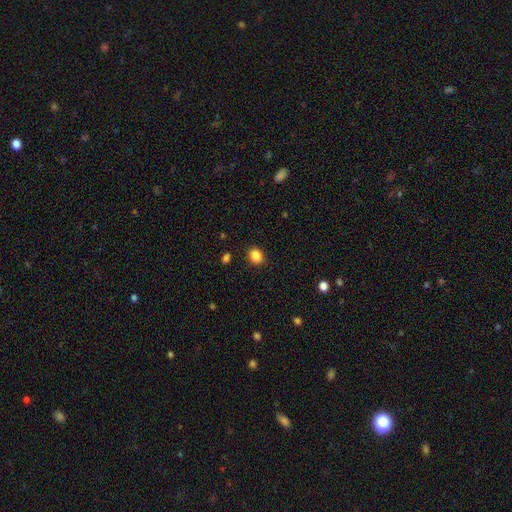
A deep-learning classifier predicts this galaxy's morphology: smooth-or-featured: smooth: 87% | star or artifact: 10% | featured or disk: 3%
  how-rounded: round: 58% | in between: 41% | cigar-shaped: 1%
  merging: none: 88% | minor disturbance: 8% | major disturbance: 2% | merger: 1%